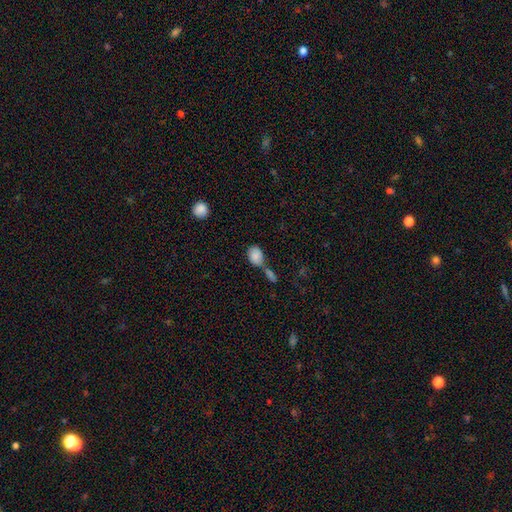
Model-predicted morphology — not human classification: A smooth galaxy with no disk features (84%) that is in between round and cigar-shaped (73%). Merging: merger (46%).